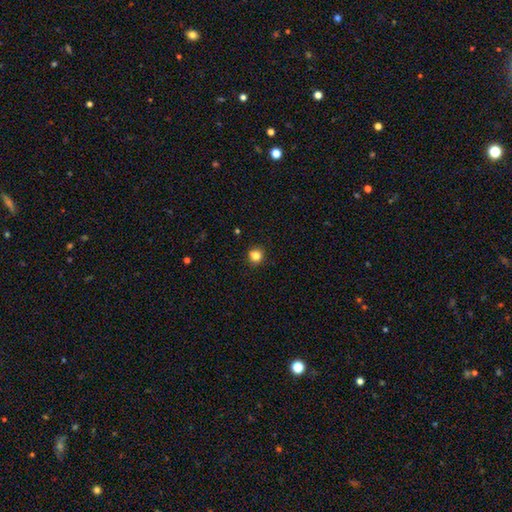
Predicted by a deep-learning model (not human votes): Q: Smooth or featured?
A: smooth (83%); runner-up: star or artifact (12%)
Q: How rounded?
A: round (91%); runner-up: in between (8%)
Q: Merging?
A: none (90%); runner-up: minor disturbance (7%)